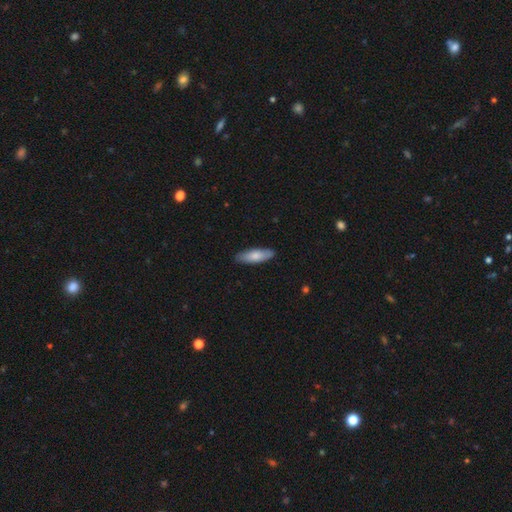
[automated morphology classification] smooth_or_featured: smooth (p=0.77) [alt: featured or disk p=0.18]
how_rounded: in between (p=0.52) [alt: cigar-shaped p=0.46]
merging: none (p=0.87) [alt: minor disturbance p=0.10]